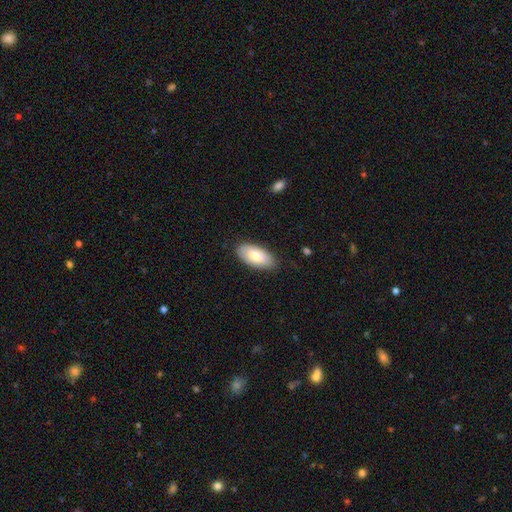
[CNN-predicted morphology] This is likely a smooth galaxy (79%). How rounded: clearly in between (92%). Merging: clearly none (84%).